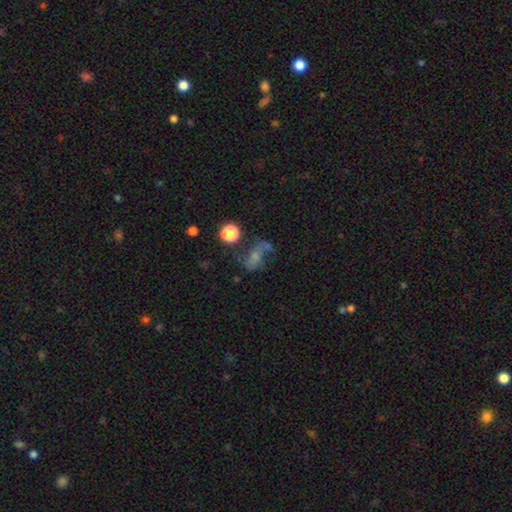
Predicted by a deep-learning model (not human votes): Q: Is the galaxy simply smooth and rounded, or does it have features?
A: featured or disk — 42%.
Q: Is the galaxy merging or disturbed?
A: none — 41%.